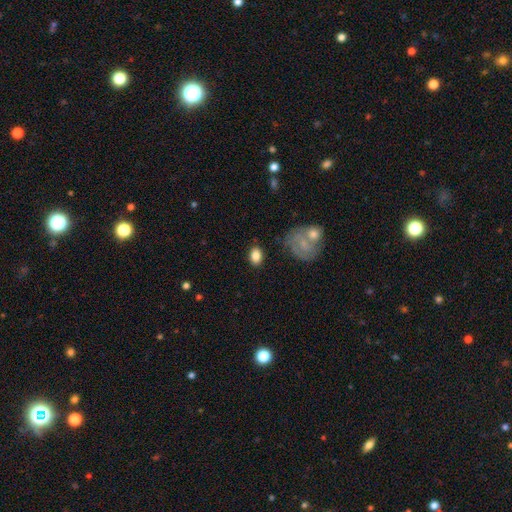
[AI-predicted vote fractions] Morphology: type=smooth (85%); roundness=in between (81%); merging=none (82%).